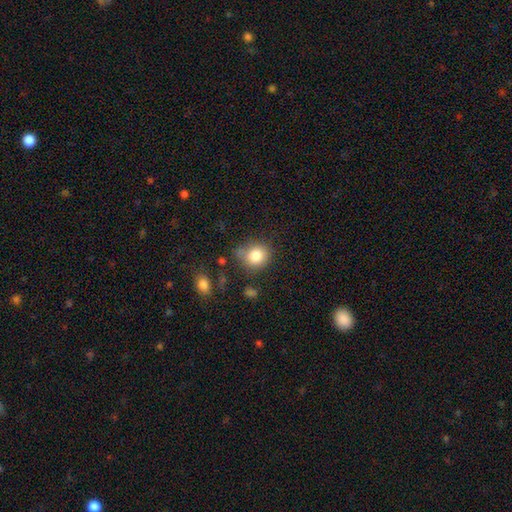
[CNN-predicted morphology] Smooth or featured?
  - smooth: 83% *
  - star or artifact: 10%
  - featured or disk: 7%
How rounded?
  - round: 79% *
  - in between: 20%
  - cigar-shaped: 1%
Merging?
  - none: 70% *
  - minor disturbance: 19%
  - major disturbance: 6%
  - merger: 5%